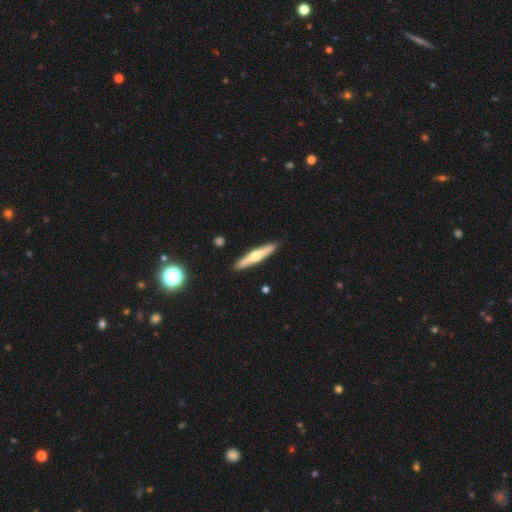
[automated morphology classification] This is possibly a featured or disk galaxy (53%). It is clearly viewed edge-on (94%). Merging: clearly none (91%).